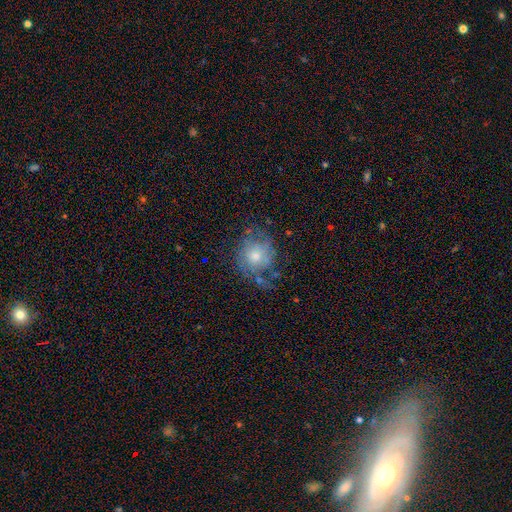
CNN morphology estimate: This is possibly a smooth galaxy (48%). Merging: possibly none (51%).